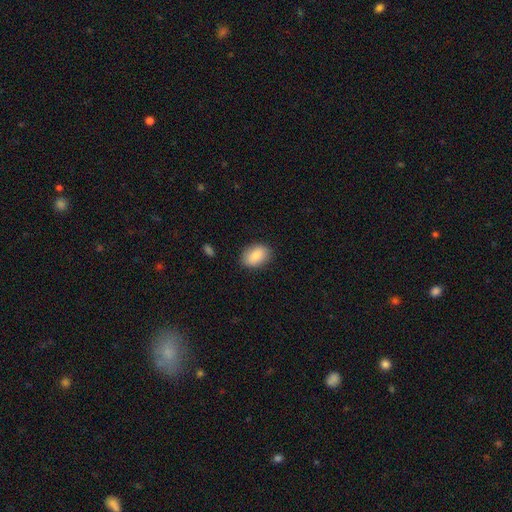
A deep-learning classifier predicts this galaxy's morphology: A smooth galaxy with no disk features (85%) that is in between round and cigar-shaped (83%). Merging: none (85%).